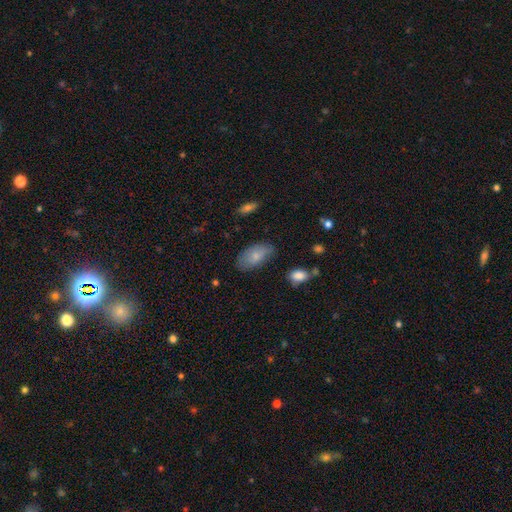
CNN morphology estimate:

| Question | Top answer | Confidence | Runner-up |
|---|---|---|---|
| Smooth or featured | smooth | 78% | featured or disk (15%) |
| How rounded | in between | 94% | round (4%) |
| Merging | none | 71% | minor disturbance (22%) |